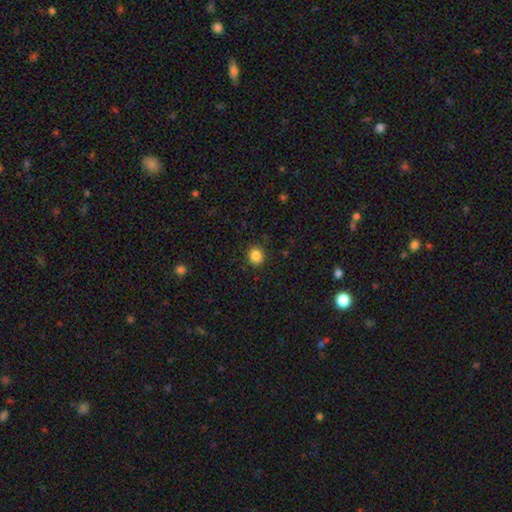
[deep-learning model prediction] A smooth galaxy with no disk features (86%) that is round (80%).

Vote fractions:
- Smooth or featured? smooth: 86% / star or artifact: 11% / featured or disk: 4%
- How rounded? round: 80% / in between: 19% / cigar-shaped: 1%
- Merging? none: 89% / minor disturbance: 8% / major disturbance: 2% / merger: 1%